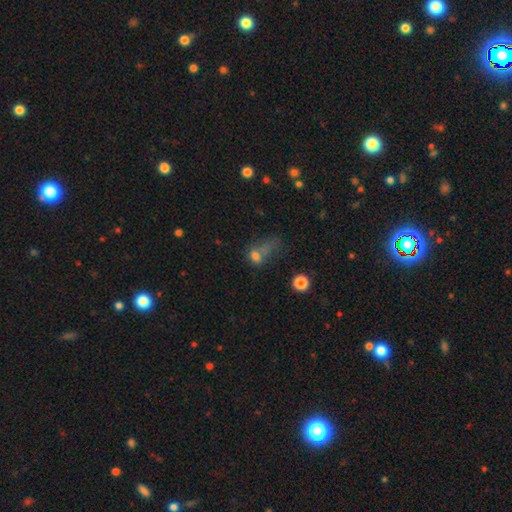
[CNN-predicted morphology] This is likely a smooth galaxy (65%). How rounded: likely in between (60%). Merging: marginally major disturbance (36%).